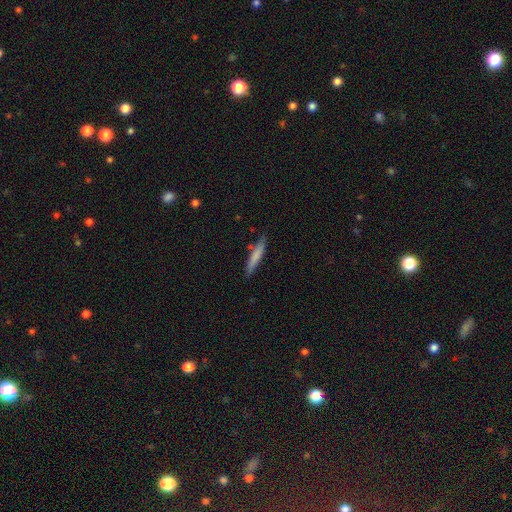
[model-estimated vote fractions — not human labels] Smooth or featured? Predicted: smooth (p=0.73). How rounded? Predicted: cigar-shaped (p=0.92). Merging? Predicted: none (p=0.81).